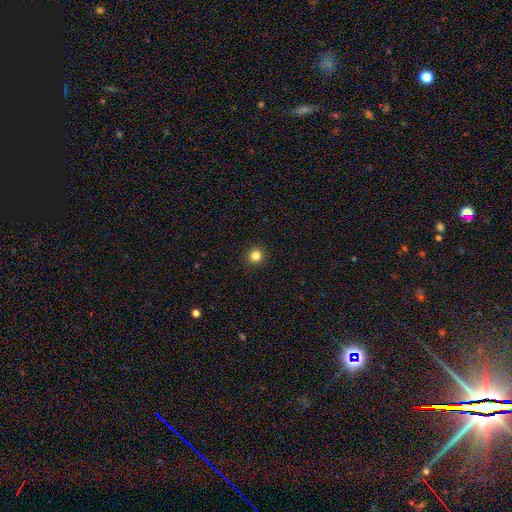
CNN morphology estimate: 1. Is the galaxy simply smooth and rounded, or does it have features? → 84% smooth, 12% star or artifact, 4% featured or disk.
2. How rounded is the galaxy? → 95% round, 4% in between, 1% cigar-shaped.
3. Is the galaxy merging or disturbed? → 93% none, 4% minor disturbance, 2% major disturbance, 1% merger.